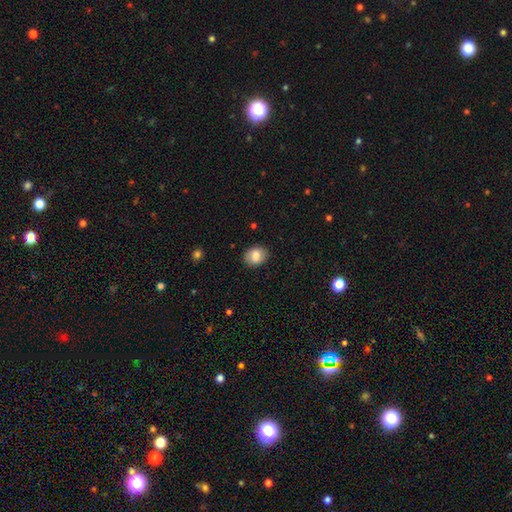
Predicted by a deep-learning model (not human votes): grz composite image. It shows a smooth galaxy with no disk features (81%) that is in between round and cigar-shaped (55%). Merging: none (87%).